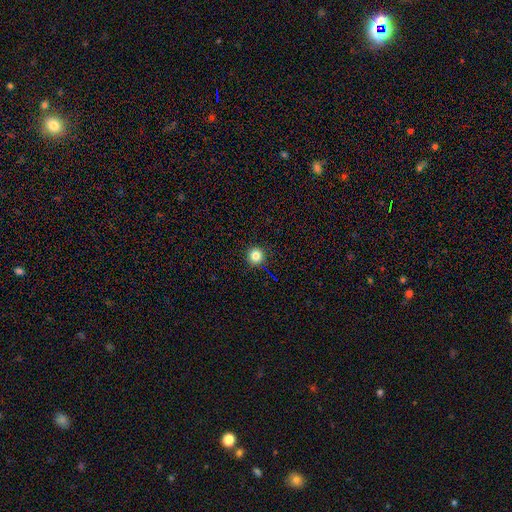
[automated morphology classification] Q: Smooth or featured?
A: smooth (83%); runner-up: star or artifact (12%)
Q: How rounded?
A: round (95%); runner-up: in between (4%)
Q: Merging?
A: none (93%); runner-up: minor disturbance (5%)